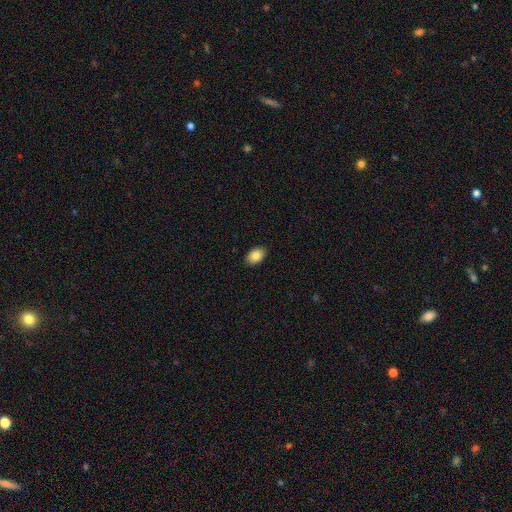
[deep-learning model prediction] Smooth or featured? smooth (86%)
How rounded? in between (88%)
Merging? none (90%)